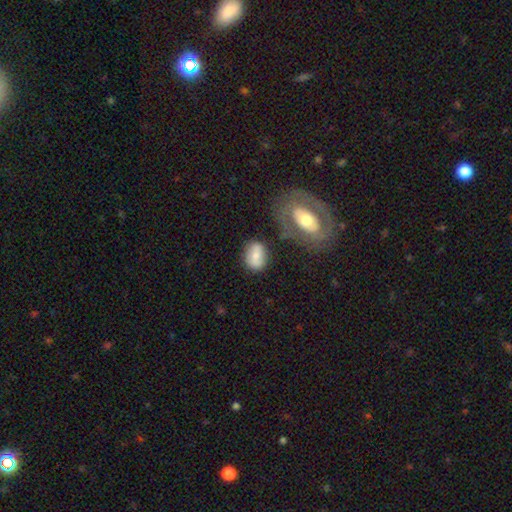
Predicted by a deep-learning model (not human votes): Smooth or featured? Predicted: smooth (p=0.69). How rounded? Predicted: in between (p=0.72). Merging? Predicted: none (p=0.69).